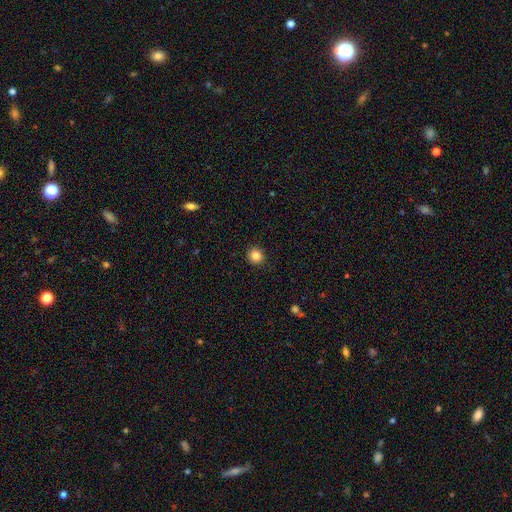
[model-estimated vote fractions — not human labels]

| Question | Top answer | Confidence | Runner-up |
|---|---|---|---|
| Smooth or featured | smooth | 84% | star or artifact (11%) |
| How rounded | round | 92% | in between (7%) |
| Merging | none | 92% | minor disturbance (5%) |